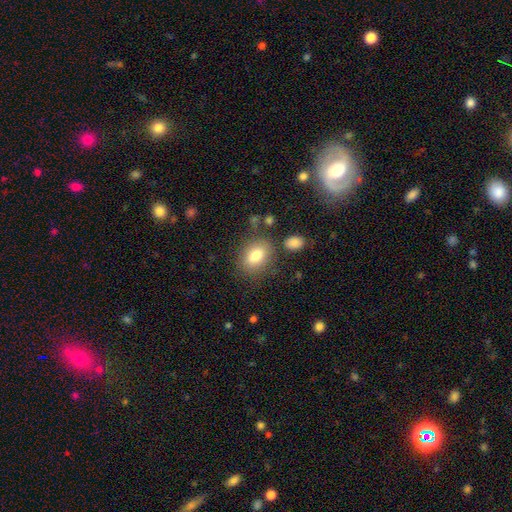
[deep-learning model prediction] Q: Smooth or featured?
A: smooth (80%); runner-up: featured or disk (11%)
Q: How rounded?
A: in between (72%); runner-up: round (26%)
Q: Merging?
A: none (77%); runner-up: minor disturbance (13%)